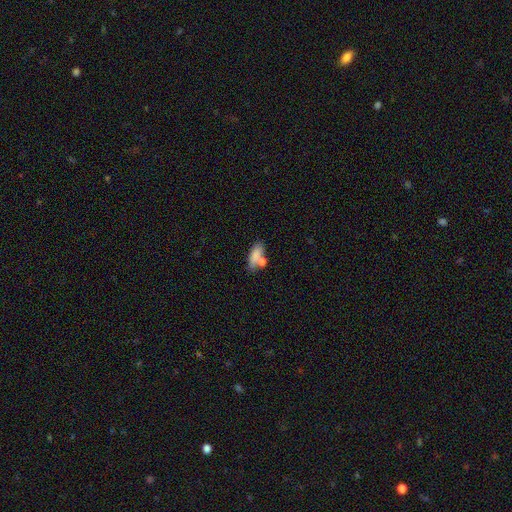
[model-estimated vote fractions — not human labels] Q: Smooth or featured?
A: smooth (80%); runner-up: featured or disk (11%)
Q: How rounded?
A: in between (76%); runner-up: cigar-shaped (19%)
Q: Merging?
A: none (49%); runner-up: merger (28%)